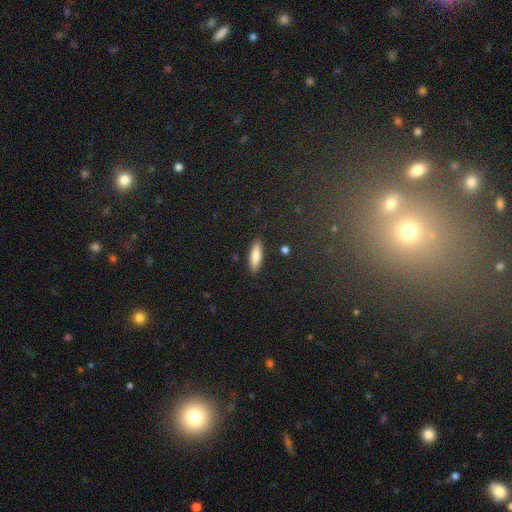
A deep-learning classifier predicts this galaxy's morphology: type=smooth (80%); roundness=cigar-shaped (53%); merging=none (88%).